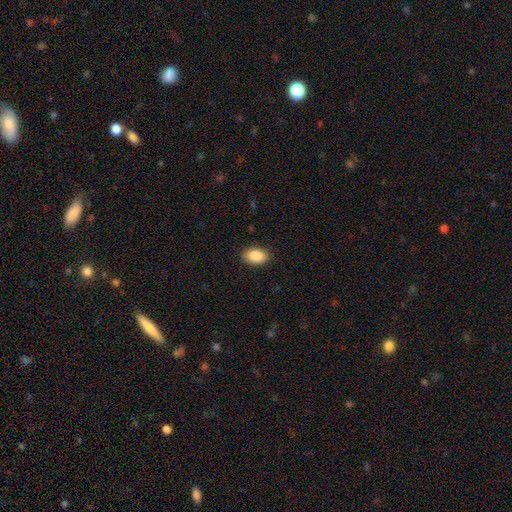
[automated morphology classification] A smooth galaxy with no disk features (89%) that is in between round and cigar-shaped (90%).

Vote fractions:
- Smooth or featured? smooth: 89% / star or artifact: 7% / featured or disk: 4%
- How rounded? in between: 90% / round: 9% / cigar-shaped: 1%
- Merging? none: 89% / minor disturbance: 8% / major disturbance: 2% / merger: 1%